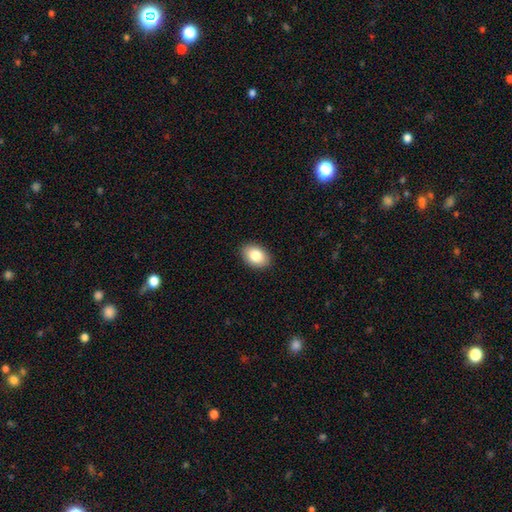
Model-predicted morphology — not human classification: Smooth or featured? Predicted: smooth (p=0.84). How rounded? Predicted: in between (p=0.85). Merging? Predicted: none (p=0.90).